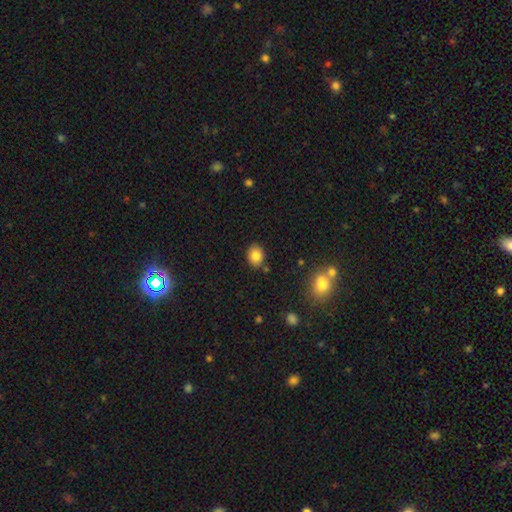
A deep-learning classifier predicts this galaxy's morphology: This is clearly a smooth galaxy (83%). How rounded: possibly in between (53%). Merging: clearly none (82%).